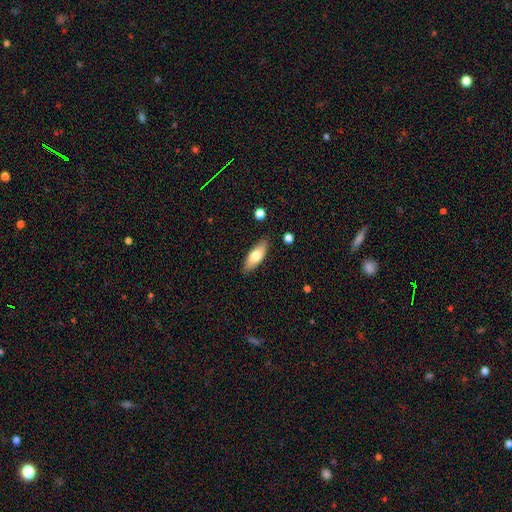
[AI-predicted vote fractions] Q: Smooth or featured?
A: smooth (70%); runner-up: featured or disk (24%)
Q: How rounded?
A: in between (70%); runner-up: cigar-shaped (28%)
Q: Merging?
A: none (86%); runner-up: minor disturbance (11%)